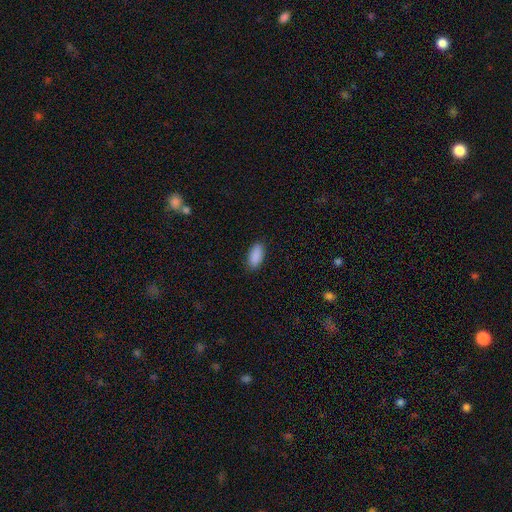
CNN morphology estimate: Smooth or featured? Predicted: smooth (p=0.90). How rounded? Predicted: in between (p=0.90). Merging? Predicted: none (p=0.87).